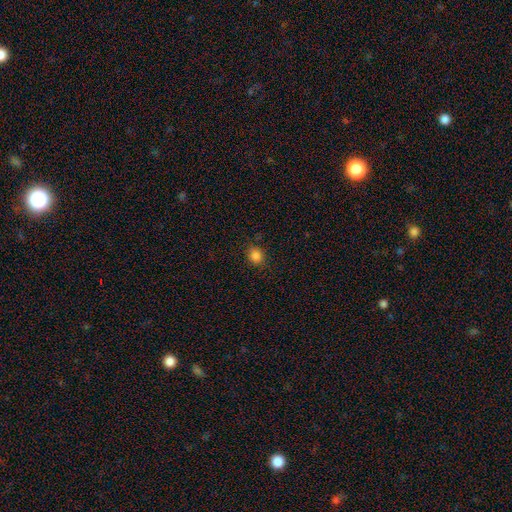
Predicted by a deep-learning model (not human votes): Q: Smooth or featured?
A: smooth (84%); runner-up: star or artifact (13%)
Q: How rounded?
A: round (71%); runner-up: in between (28%)
Q: Merging?
A: none (86%); runner-up: minor disturbance (10%)